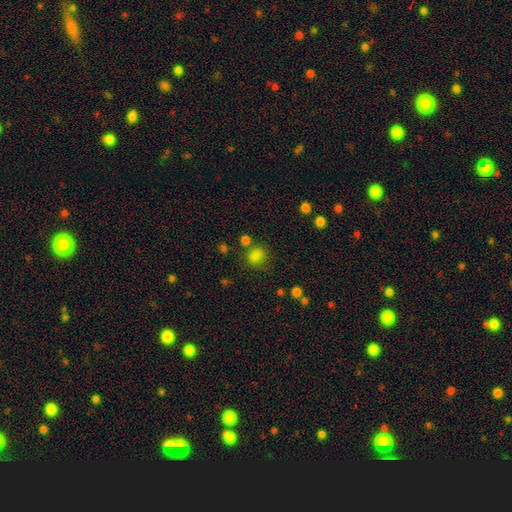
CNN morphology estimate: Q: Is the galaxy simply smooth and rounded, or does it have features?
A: smooth — 78%.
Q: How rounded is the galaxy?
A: round — 63%.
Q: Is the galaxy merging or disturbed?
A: none — 67%.